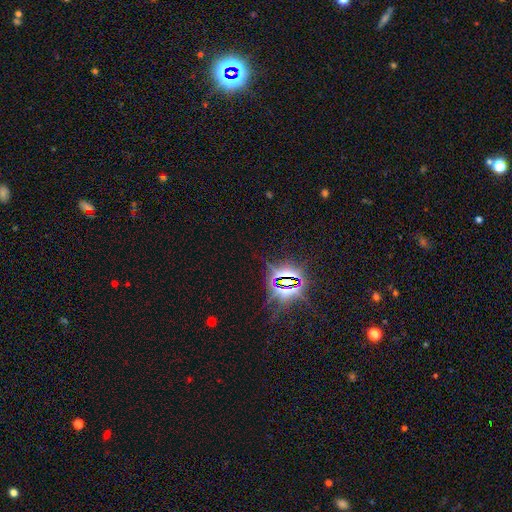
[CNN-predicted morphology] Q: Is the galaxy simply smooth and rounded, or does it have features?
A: star or artifact — 80%.